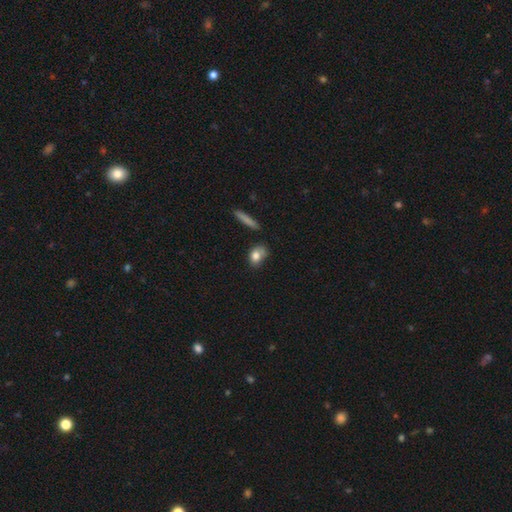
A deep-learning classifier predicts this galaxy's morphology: Smooth or featured: smooth — 78% (featured or disk — 13%)
How rounded: in between — 68% (round — 27%)
Merging: none — 51% (minor disturbance — 30%)